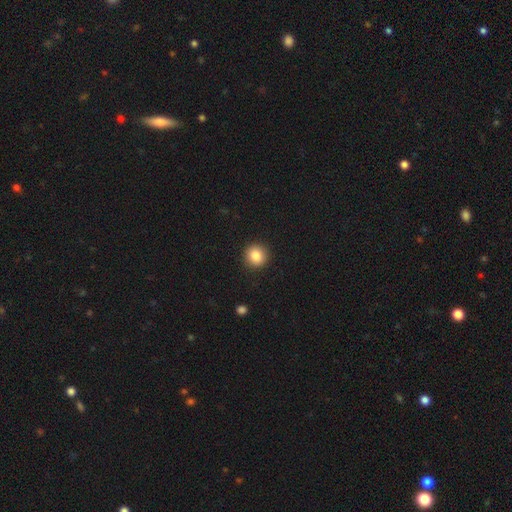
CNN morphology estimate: Smooth or featured: smooth — 85% (star or artifact — 9%)
How rounded: round — 91% (in between — 8%)
Merging: none — 92% (minor disturbance — 5%)